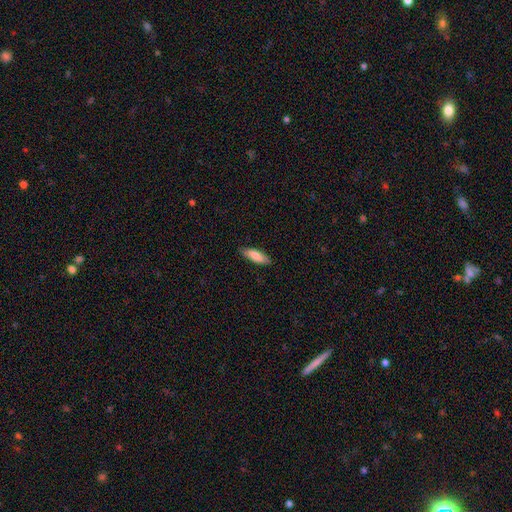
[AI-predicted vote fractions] Smooth or featured? smooth (80%)
How rounded? in between (54%)
Merging? none (86%)